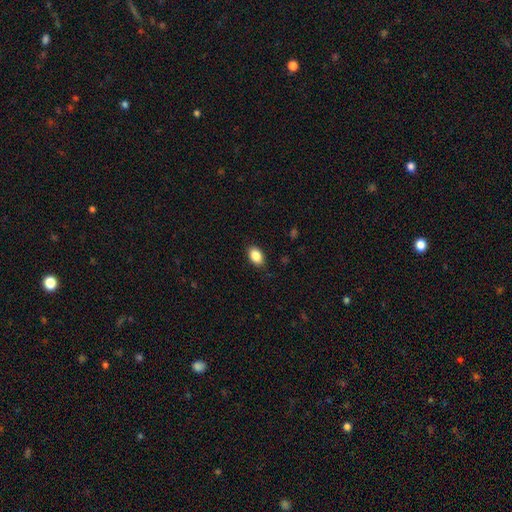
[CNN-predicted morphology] Smooth or featured? Predicted: smooth (p=0.88). How rounded? Predicted: in between (p=0.88). Merging? Predicted: none (p=0.87).